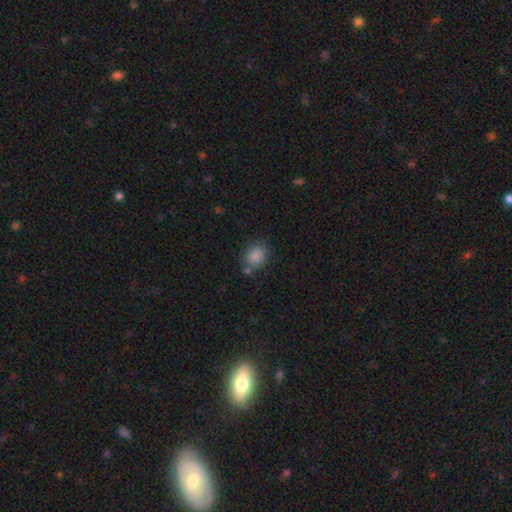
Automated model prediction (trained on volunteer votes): smooth-or-featured: smooth: 86% | star or artifact: 9% | featured or disk: 5%
  how-rounded: round: 50% | in between: 49% | cigar-shaped: 1%
  merging: none: 74% | minor disturbance: 13% | merger: 8% | major disturbance: 4%